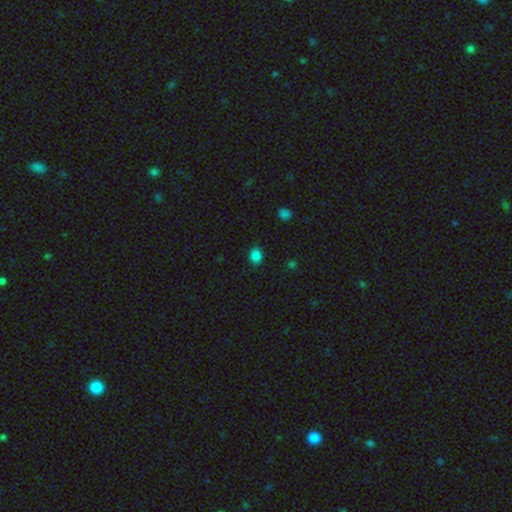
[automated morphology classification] smooth 84%, star or artifact 13%, featured or disk 3%. Down the decision tree: how rounded — in between (54%); merging — none (87%).